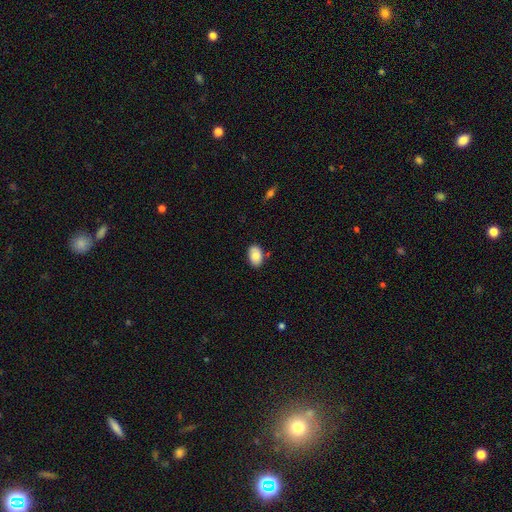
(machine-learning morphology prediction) Smooth or featured? Predicted: smooth (p=0.79). How rounded? Predicted: in between (p=0.86). Merging? Predicted: none (p=0.83).